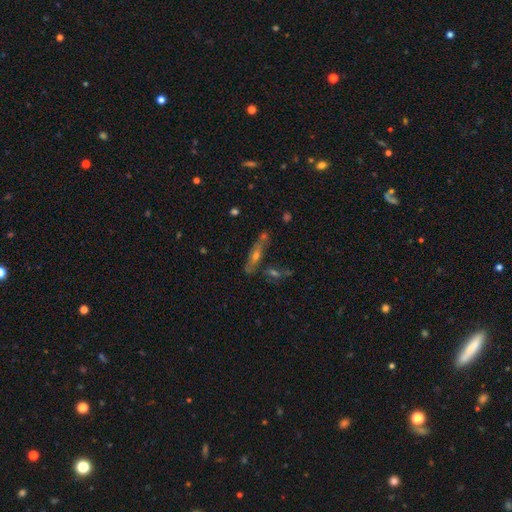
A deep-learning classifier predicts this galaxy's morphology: A featured or disk galaxy (56%) viewed edge-on (72%). Merging: none (61%).